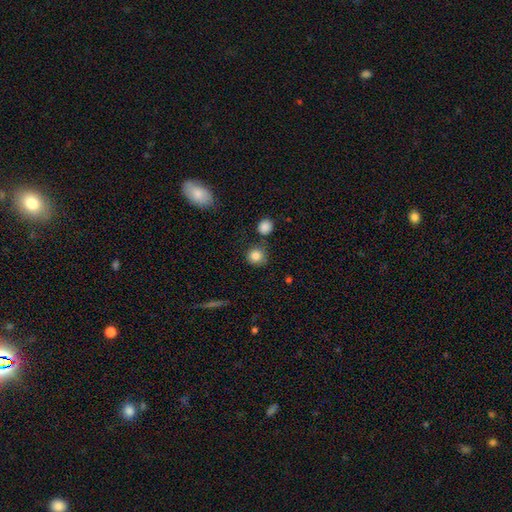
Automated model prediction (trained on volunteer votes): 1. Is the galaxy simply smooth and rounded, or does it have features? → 85% smooth, 10% star or artifact, 5% featured or disk.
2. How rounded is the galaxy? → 89% round, 9% in between, 1% cigar-shaped.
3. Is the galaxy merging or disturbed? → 75% none, 12% minor disturbance, 10% merger, 4% major disturbance.